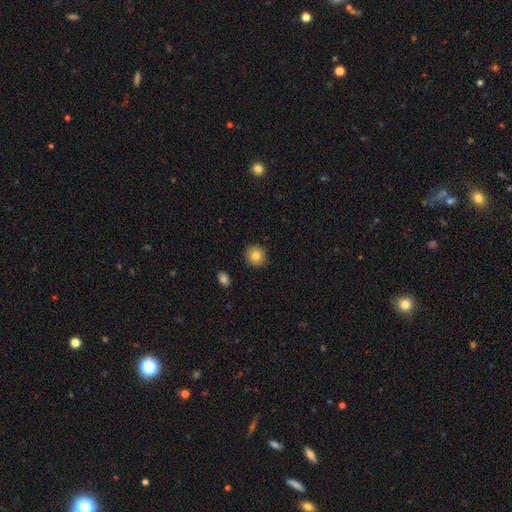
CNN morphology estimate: smooth 82%, featured or disk 9%, star or artifact 9%. Down the decision tree: how rounded — round (86%); merging — none (90%).